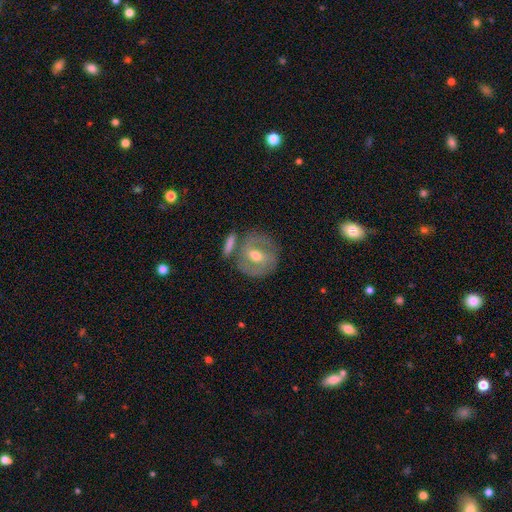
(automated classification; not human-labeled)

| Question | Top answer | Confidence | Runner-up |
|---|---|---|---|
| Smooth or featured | featured or disk | 65% | smooth (28%) |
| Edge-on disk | no | 92% | yes (8%) |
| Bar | weak | 46% | no (28%) |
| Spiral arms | yes | 69% | no (31%) |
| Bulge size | moderate | 70% | small (25%) |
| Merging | none | 69% | minor disturbance (13%) |